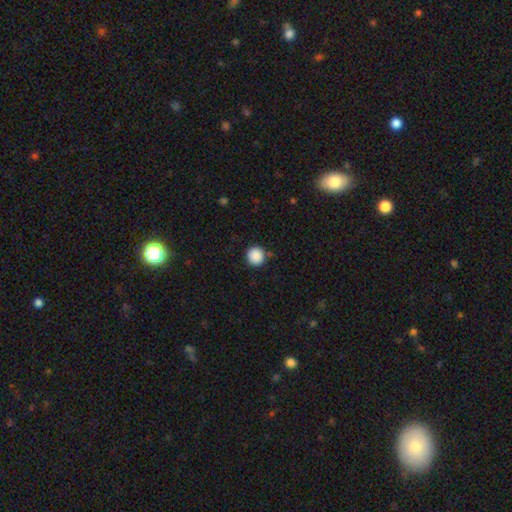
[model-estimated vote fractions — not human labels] Q: Smooth or featured?
A: smooth (89%); runner-up: star or artifact (9%)
Q: How rounded?
A: round (94%); runner-up: in between (5%)
Q: Merging?
A: none (87%); runner-up: minor disturbance (8%)